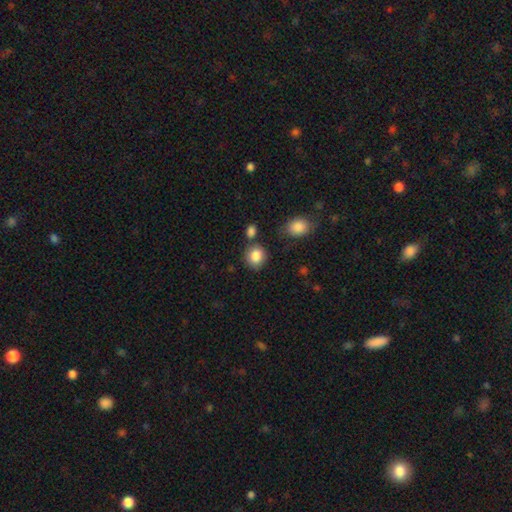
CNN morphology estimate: smooth-or-featured: smooth: 86% | star or artifact: 8% | featured or disk: 5%
  how-rounded: round: 76% | in between: 23% | cigar-shaped: 1%
  merging: none: 75% | minor disturbance: 12% | merger: 9% | major disturbance: 4%